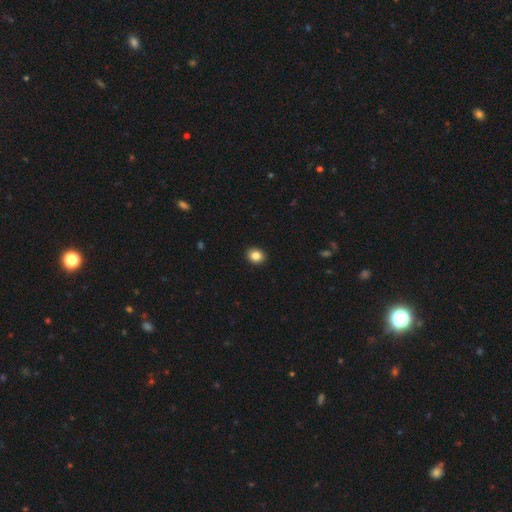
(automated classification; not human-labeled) A smooth galaxy with no disk features (85%) that is round (64%). Merging: none (92%).